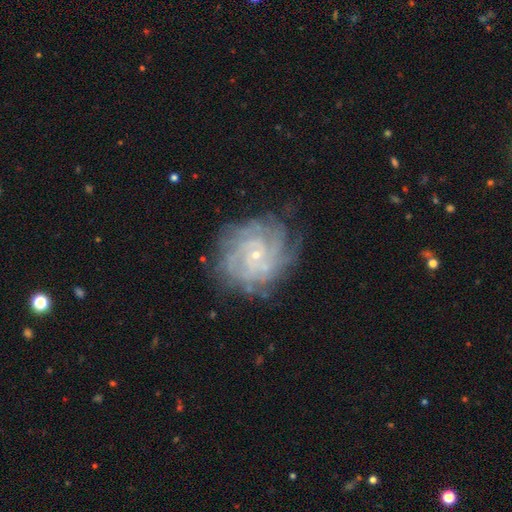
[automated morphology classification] smooth-or-featured: featured or disk: 85% | smooth: 8% | star or artifact: 7%
  disk-edge-on: no: 97% | yes: 3%
    bar: no: 71% | weak: 23% | strong: 5%
    has-spiral-arms: yes: 94% | no: 6%
      spiral-winding: tight: 72% | medium: 23% | loose: 5%
      spiral-arm-count: can't tell: 36% | 4: 20% | 3: 14% | 2: 12% | more than 4: 12% | 1: 6%
    bulge-size: small: 84% | moderate: 12% | none: 2% | large: 1% | dominant: 1%
  merging: none: 73% | minor disturbance: 18% | major disturbance: 8% | merger: 2%